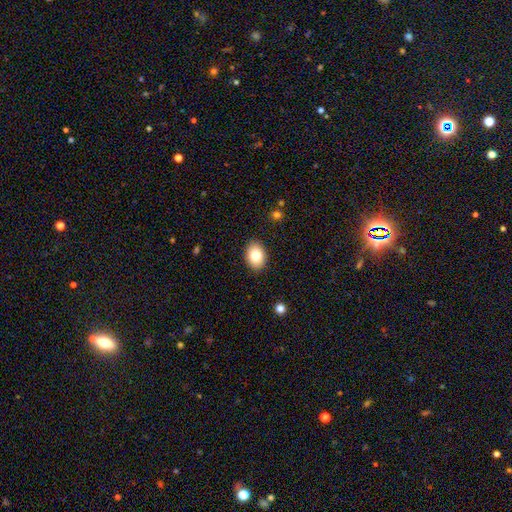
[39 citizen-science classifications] Smooth or featured? smooth (79%)
How rounded? in between (90%)
Merging? none (92%)